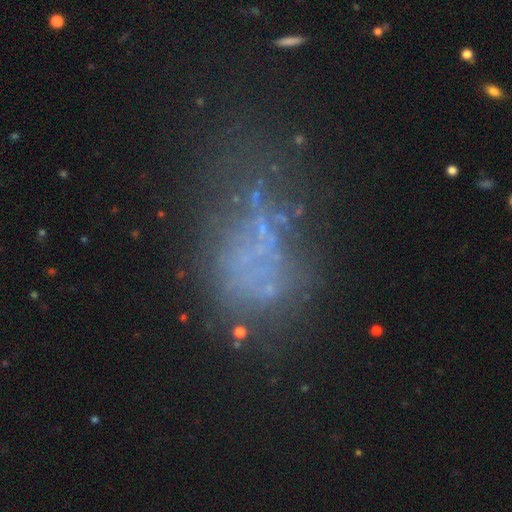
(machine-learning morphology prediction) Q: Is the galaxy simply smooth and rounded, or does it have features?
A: featured or disk — 38%.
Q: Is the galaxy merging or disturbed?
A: none — 41%.